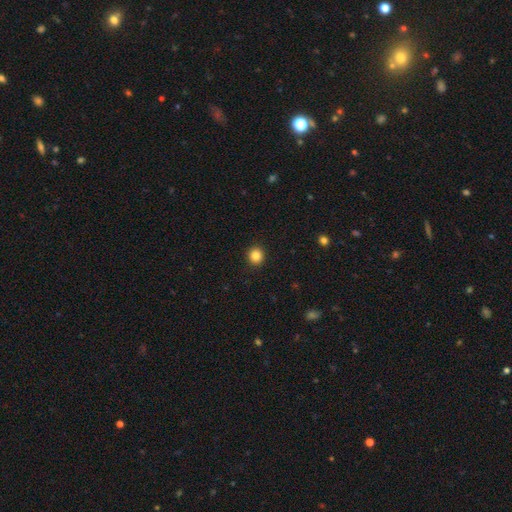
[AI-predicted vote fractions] Smooth or featured: smooth — 85% (star or artifact — 11%)
How rounded: round — 88% (in between — 11%)
Merging: none — 92% (minor disturbance — 5%)